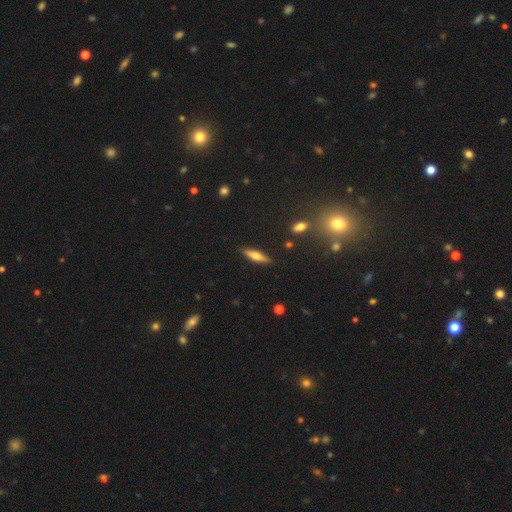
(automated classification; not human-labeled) This is possibly a smooth galaxy (48%). Merging: clearly none (88%).